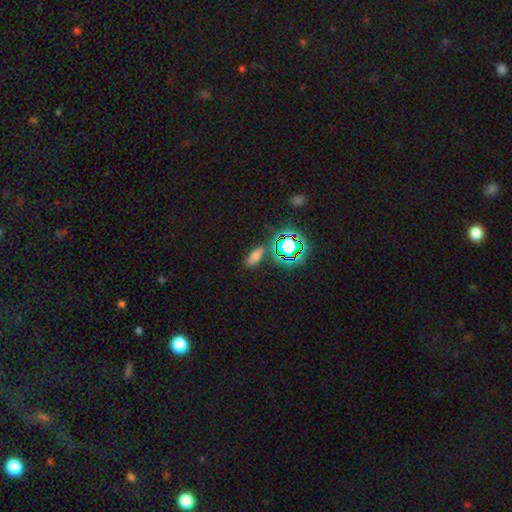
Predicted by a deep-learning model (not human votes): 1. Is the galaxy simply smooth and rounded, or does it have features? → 59% smooth, 30% star or artifact, 11% featured or disk.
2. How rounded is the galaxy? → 77% in between, 14% cigar-shaped, 8% round.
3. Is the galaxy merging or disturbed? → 75% none, 14% minor disturbance, 6% merger, 5% major disturbance.